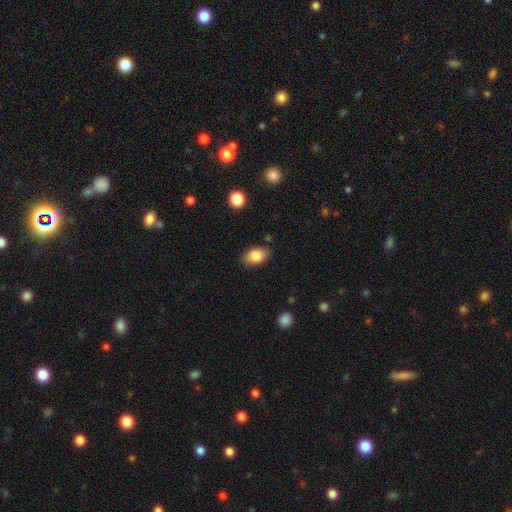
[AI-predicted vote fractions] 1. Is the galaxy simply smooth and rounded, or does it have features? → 83% smooth, 9% featured or disk, 8% star or artifact.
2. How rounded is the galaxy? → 88% in between, 10% round, 2% cigar-shaped.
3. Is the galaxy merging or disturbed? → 84% none, 12% minor disturbance, 2% major disturbance, 2% merger.